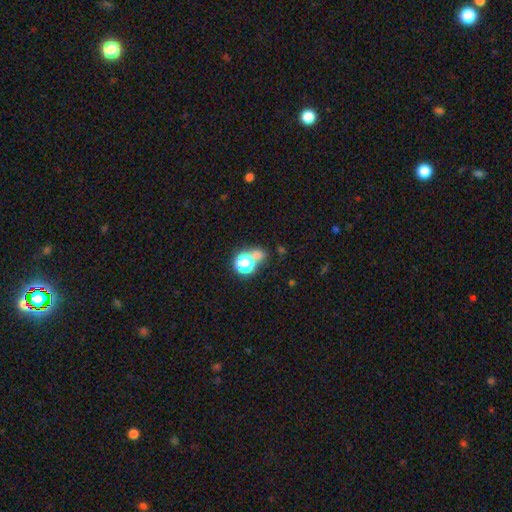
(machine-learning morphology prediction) smooth_or_featured: smooth (p=0.60) [alt: star or artifact p=0.32]
how_rounded: round (p=0.75) [alt: in between p=0.23]
merging: none (p=0.55) [alt: merger p=0.30]